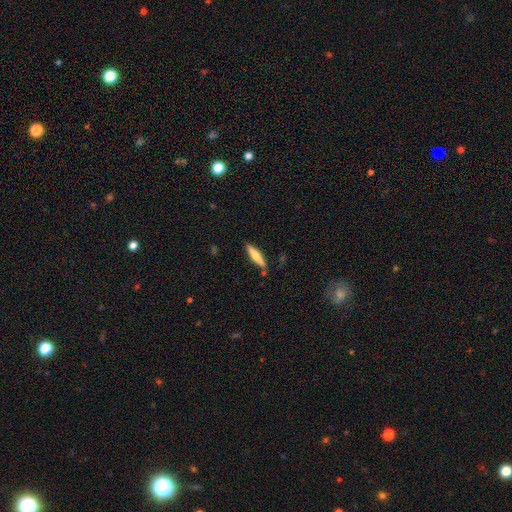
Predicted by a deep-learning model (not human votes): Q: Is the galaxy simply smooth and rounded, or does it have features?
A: smooth — 60%.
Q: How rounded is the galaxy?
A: cigar-shaped — 84%.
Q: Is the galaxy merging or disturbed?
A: none — 84%.